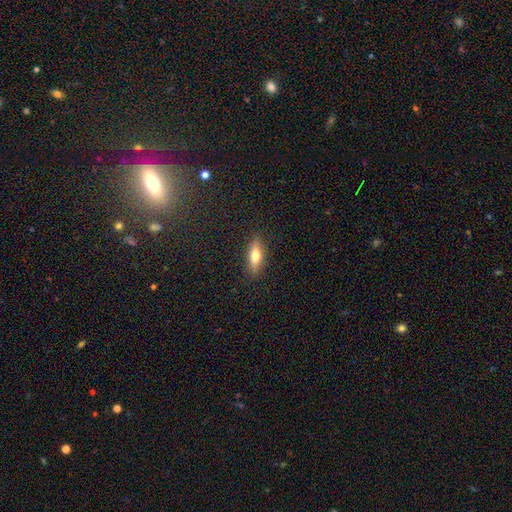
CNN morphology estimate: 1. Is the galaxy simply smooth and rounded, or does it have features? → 62% smooth, 31% featured or disk, 7% star or artifact.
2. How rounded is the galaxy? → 49% cigar-shaped, 48% in between, 3% round.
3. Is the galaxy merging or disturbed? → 88% none, 9% minor disturbance, 2% major disturbance, 1% merger.